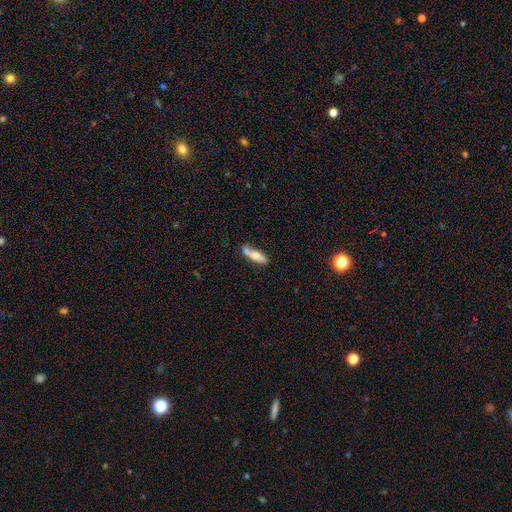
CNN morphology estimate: This is likely a smooth galaxy (68%). How rounded: possibly cigar-shaped (53%). Merging: possibly none (47%).